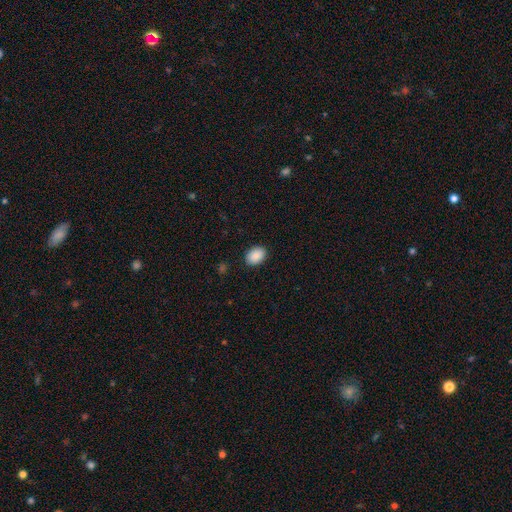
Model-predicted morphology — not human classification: Smooth or featured?
  - smooth: 89% *
  - star or artifact: 7%
  - featured or disk: 4%
How rounded?
  - in between: 79% *
  - round: 20%
  - cigar-shaped: 1%
Merging?
  - none: 89% *
  - minor disturbance: 8%
  - major disturbance: 2%
  - merger: 1%